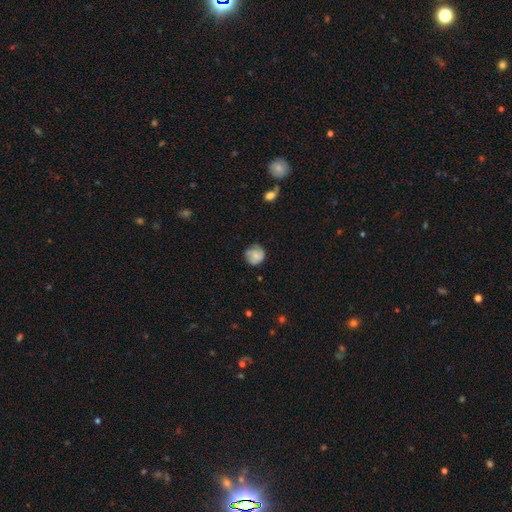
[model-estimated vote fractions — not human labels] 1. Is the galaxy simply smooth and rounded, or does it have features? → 64% smooth, 28% featured or disk, 8% star or artifact.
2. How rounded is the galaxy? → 87% round, 12% in between, 1% cigar-shaped.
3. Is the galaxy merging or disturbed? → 67% none, 25% minor disturbance, 6% major disturbance, 2% merger.